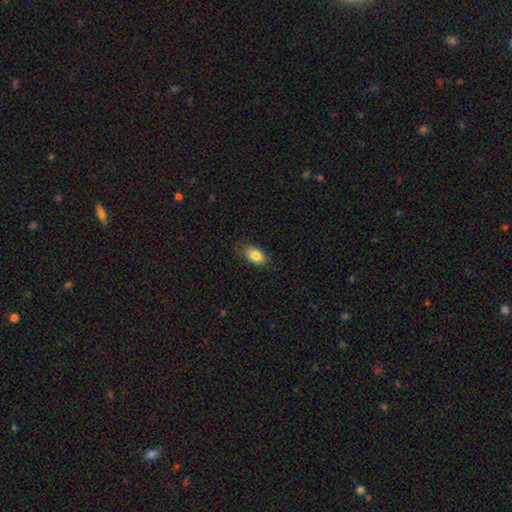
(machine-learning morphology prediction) smooth 85%, featured or disk 8%, star or artifact 7%. Down the decision tree: how rounded — in between (91%); merging — none (81%).